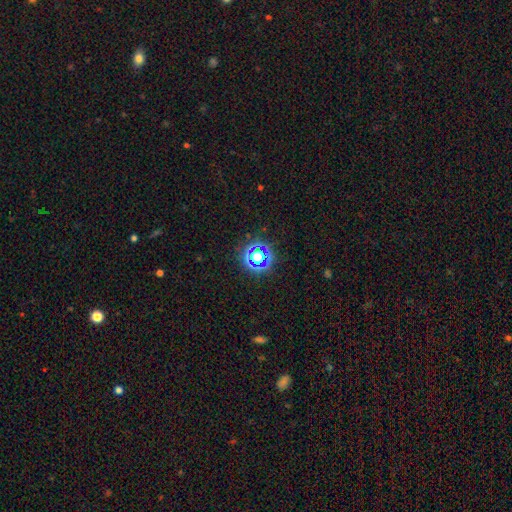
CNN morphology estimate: Smooth or featured: star or artifact — 61% (smooth — 28%)